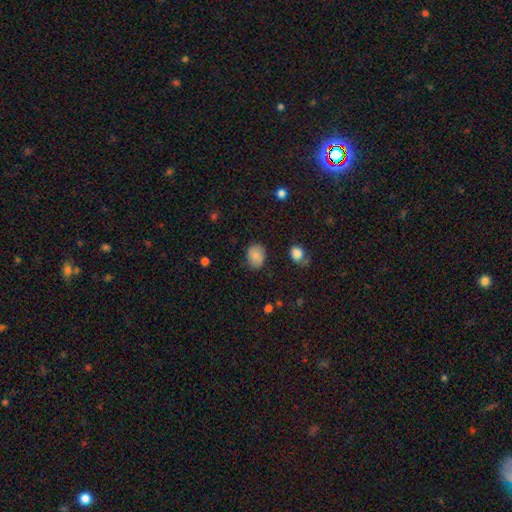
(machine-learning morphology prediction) Q: Smooth or featured?
A: smooth (83%); runner-up: star or artifact (9%)
Q: How rounded?
A: round (52%); runner-up: in between (47%)
Q: Merging?
A: none (78%); runner-up: minor disturbance (17%)